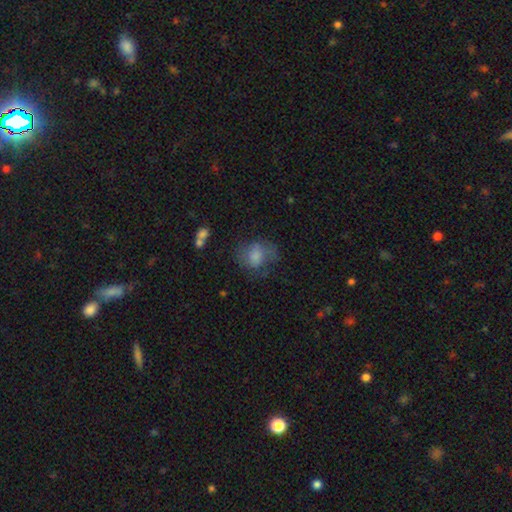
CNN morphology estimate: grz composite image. It shows a smooth galaxy with no disk features (68%) that is round (53%). Merging: none (44%).